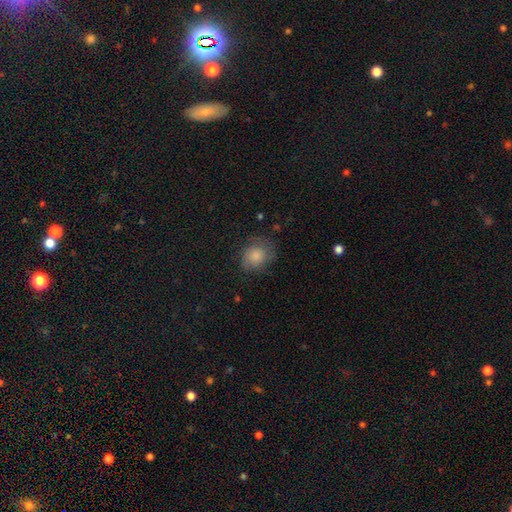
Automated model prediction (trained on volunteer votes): The model was most divided on "how rounded": round: 64%, in between: 35%, cigar-shaped: 1%. More confident: smooth or featured — smooth (80%); merging — none (65%).